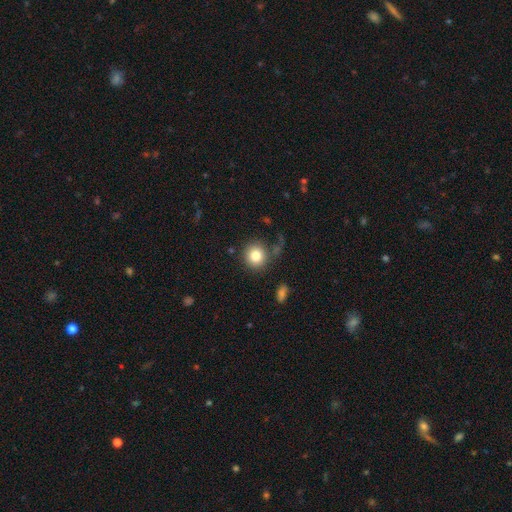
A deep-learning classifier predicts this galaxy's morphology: This appears to be a smooth galaxy with no disk features (81%) that is round (90%). Merging: none (80%).